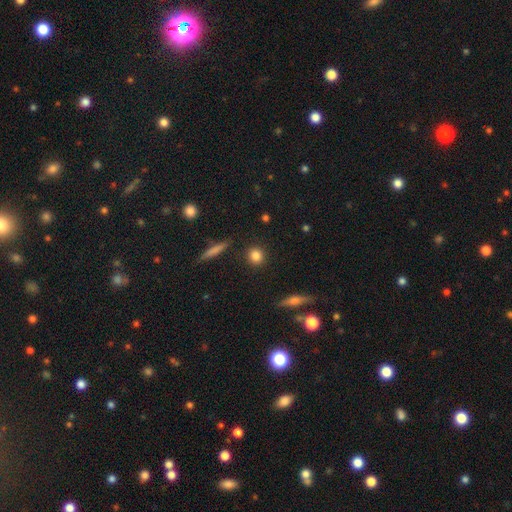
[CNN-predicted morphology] smooth_or_featured: smooth (p=0.84) [alt: star or artifact p=0.09]
how_rounded: round (p=0.83) [alt: in between p=0.13]
merging: none (p=0.90) [alt: minor disturbance p=0.06]